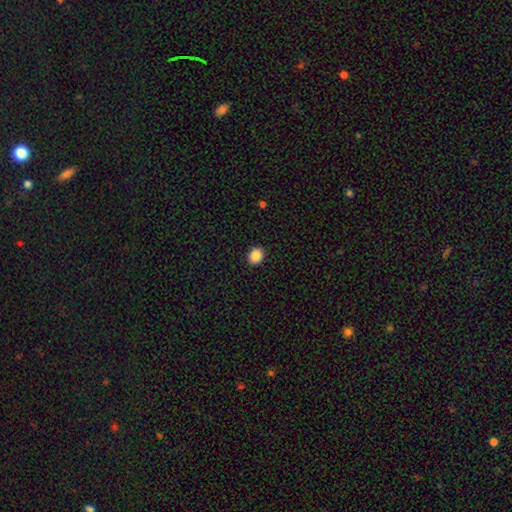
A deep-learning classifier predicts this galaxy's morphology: Overall: smooth (88%). How rounded: round (60%; in between 40%). Merging: none (92%).